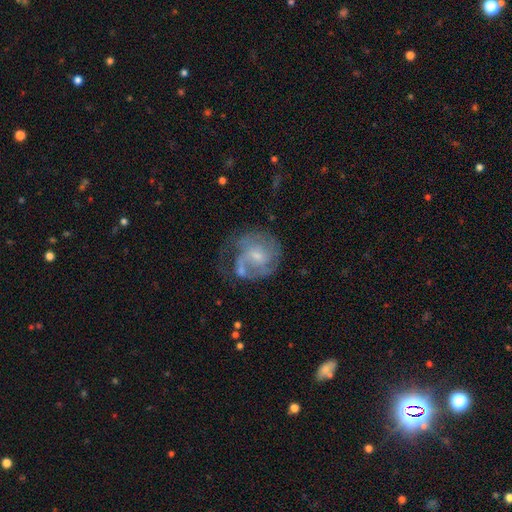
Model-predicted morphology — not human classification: This appears to be a featured or disk galaxy (71%) with no bar (50%), medium (41%) spiral arms (80%) and a small central bulge (60%). Merging: none (42%).